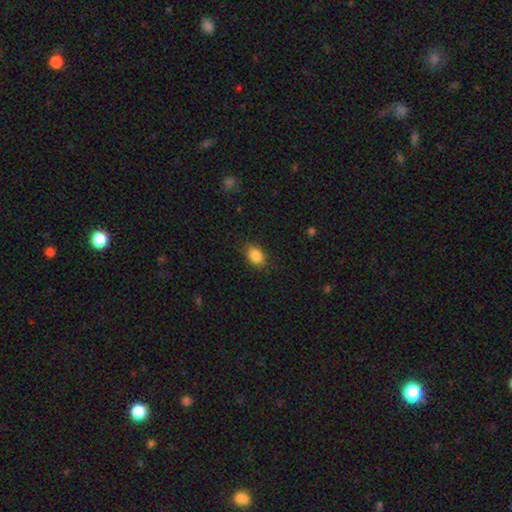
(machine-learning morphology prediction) smooth_or_featured: smooth (p=0.86) [alt: star or artifact p=0.08]
how_rounded: in between (p=0.84) [alt: round p=0.14]
merging: none (p=0.85) [alt: minor disturbance p=0.11]